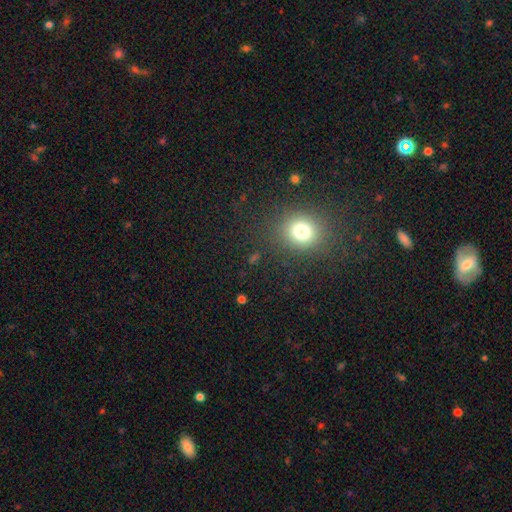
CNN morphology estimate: type=smooth (73%); roundness=round (74%); merging=none (87%).